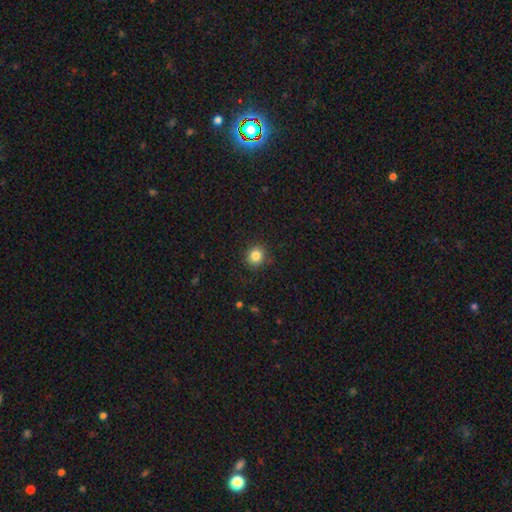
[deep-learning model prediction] Smooth or featured: smooth — 84% (star or artifact — 11%)
How rounded: round — 83% (in between — 16%)
Merging: none — 87% (minor disturbance — 9%)